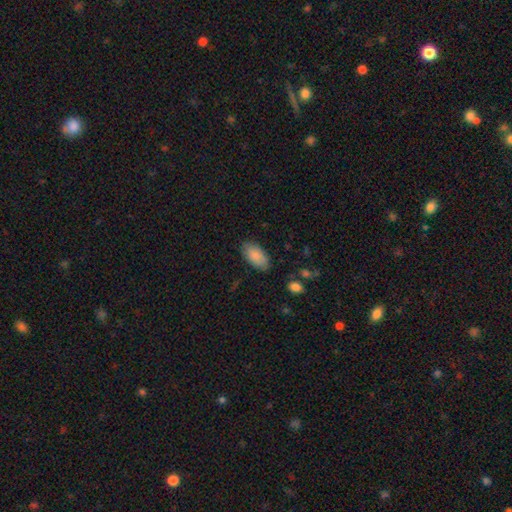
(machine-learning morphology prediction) smooth-or-featured: smooth: 87% | featured or disk: 7% | star or artifact: 6%
  how-rounded: in between: 94% | cigar-shaped: 3% | round: 3%
  merging: none: 83% | minor disturbance: 13% | major disturbance: 3% | merger: 1%